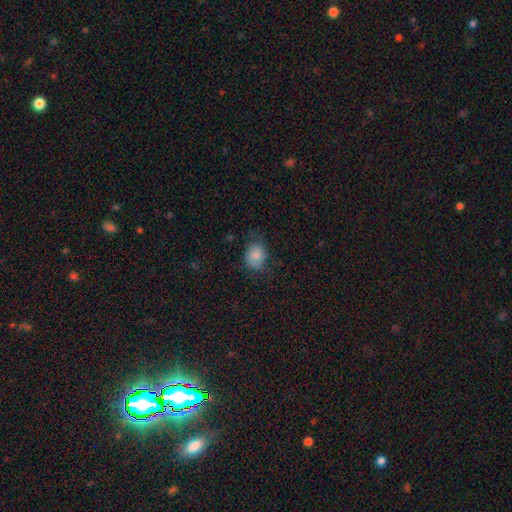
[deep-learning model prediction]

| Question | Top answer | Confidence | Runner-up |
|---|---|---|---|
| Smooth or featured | smooth | 80% | featured or disk (11%) |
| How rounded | round | 52% | in between (47%) |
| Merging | none | 62% | minor disturbance (27%) |